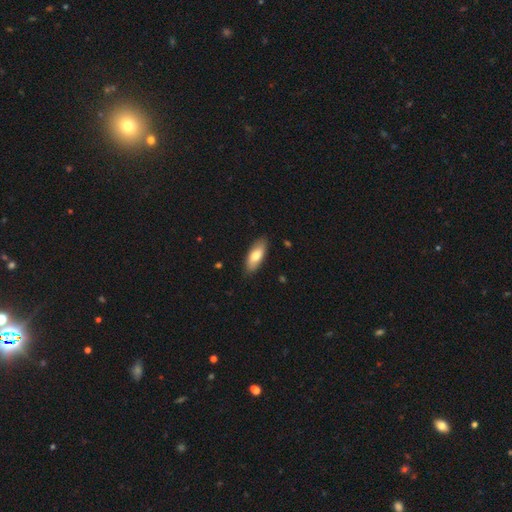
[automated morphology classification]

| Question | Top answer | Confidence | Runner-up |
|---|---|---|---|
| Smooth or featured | smooth | 74% | featured or disk (21%) |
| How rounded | in between | 79% | cigar-shaped (19%) |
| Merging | none | 86% | minor disturbance (11%) |